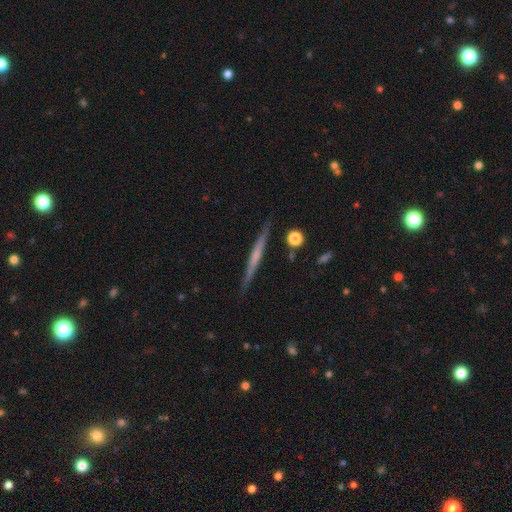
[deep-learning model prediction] featured or disk 60%, smooth 34%, star or artifact 6%. Down the decision tree: edge-on disk — yes (97%); edge-on bulge — none (67%); merging — none (89%).